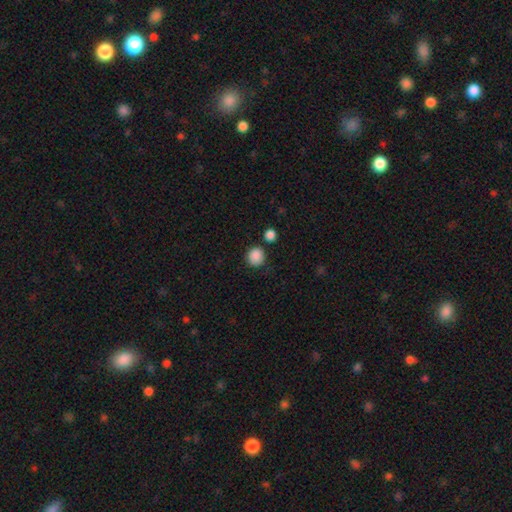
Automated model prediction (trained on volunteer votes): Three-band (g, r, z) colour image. It shows a smooth galaxy with no disk features (88%) that is round (88%). Merging: none (79%).